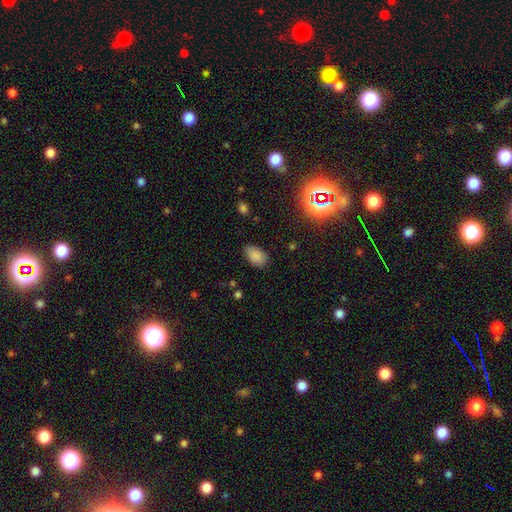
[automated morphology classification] smooth_or_featured: smooth (p=0.84) [alt: star or artifact p=0.11]
how_rounded: in between (p=0.92) [alt: round p=0.06]
merging: none (p=0.82) [alt: minor disturbance p=0.13]